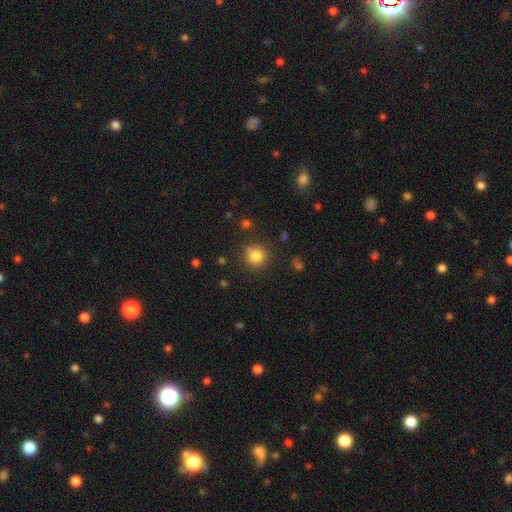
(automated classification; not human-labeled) This appears to be a smooth galaxy with no disk features (82%) that is round (91%). Merging: none (85%).